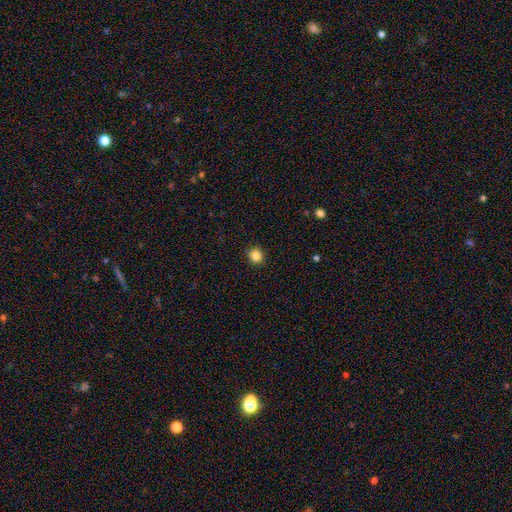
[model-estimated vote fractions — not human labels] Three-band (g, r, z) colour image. It shows a smooth galaxy with no disk features (85%) that is round (85%). Merging: none (92%).